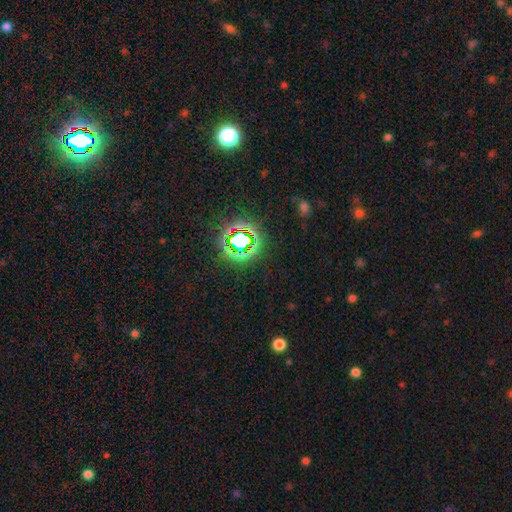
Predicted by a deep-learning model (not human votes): smooth_or_featured: star or artifact (p=0.77) [alt: smooth p=0.16]